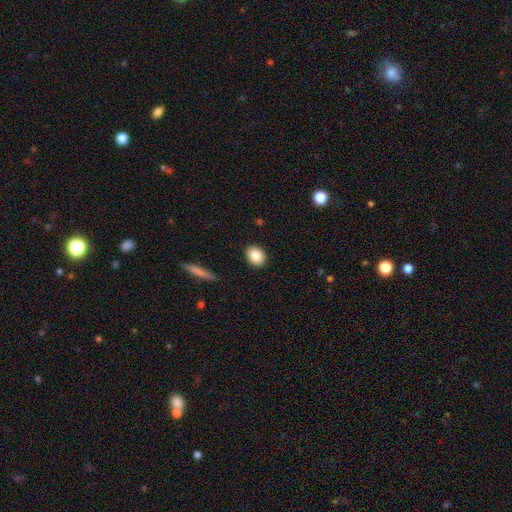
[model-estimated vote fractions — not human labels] Smooth or featured? Predicted: smooth (p=0.86). How rounded? Predicted: in between (p=0.62). Merging? Predicted: none (p=0.90).